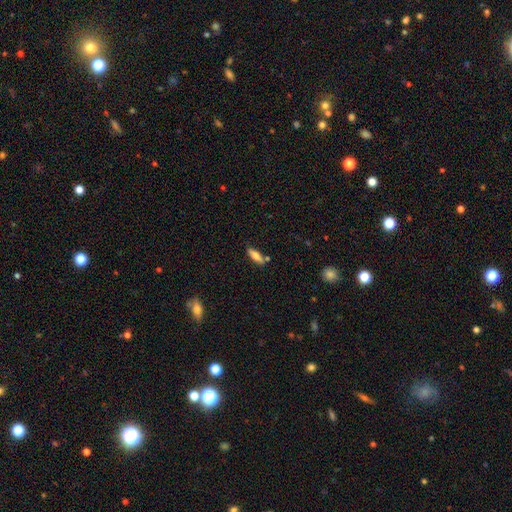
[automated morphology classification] Smooth or featured? Predicted: smooth (p=0.72). How rounded? Predicted: in between (p=0.51). Merging? Predicted: none (p=0.75).